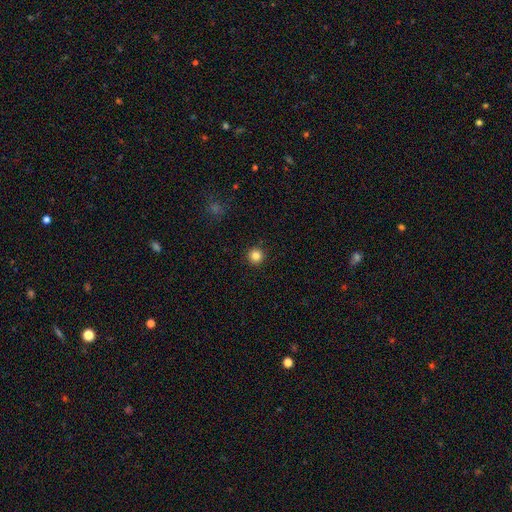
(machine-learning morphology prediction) Smooth or featured?
  - smooth: 84% *
  - star or artifact: 12%
  - featured or disk: 5%
How rounded?
  - round: 96% *
  - in between: 3%
  - cigar-shaped: 1%
Merging?
  - none: 93% *
  - minor disturbance: 4%
  - major disturbance: 2%
  - merger: 1%